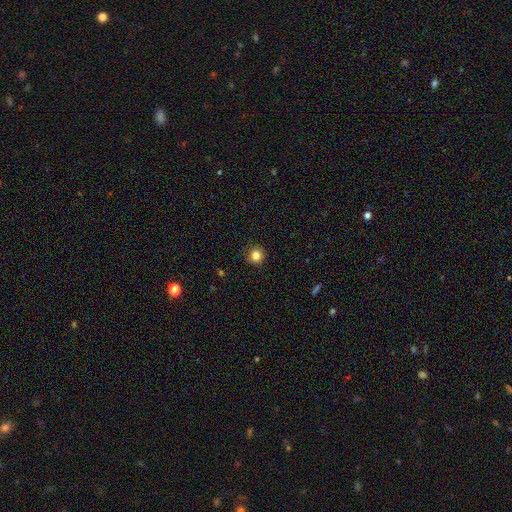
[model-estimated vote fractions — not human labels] Smooth or featured?
  - smooth: 83% *
  - star or artifact: 12%
  - featured or disk: 5%
How rounded?
  - round: 91% *
  - in between: 8%
  - cigar-shaped: 1%
Merging?
  - none: 90% *
  - minor disturbance: 7%
  - major disturbance: 2%
  - merger: 1%